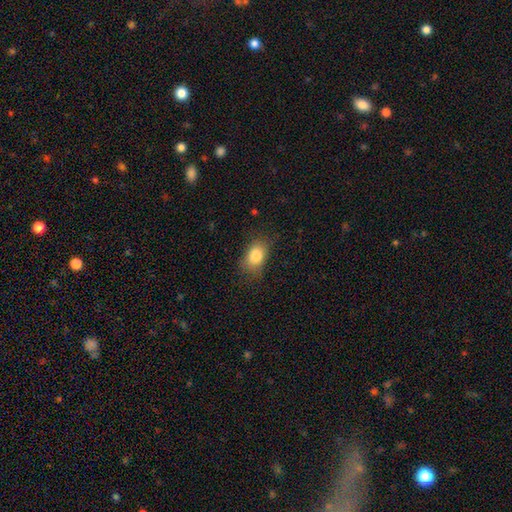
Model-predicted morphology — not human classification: Smooth or featured: smooth — 84% (star or artifact — 9%)
How rounded: in between — 82% (round — 16%)
Merging: none — 74% (minor disturbance — 19%)